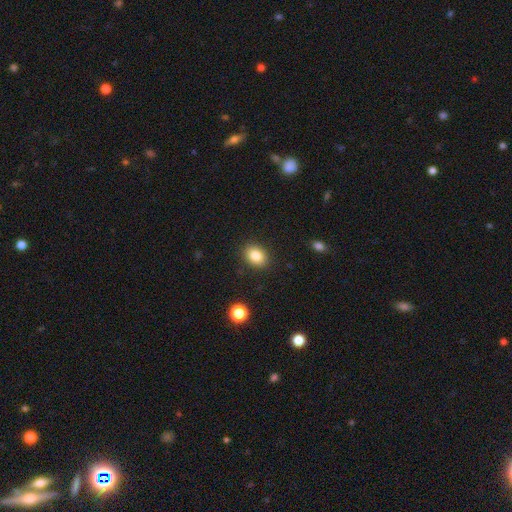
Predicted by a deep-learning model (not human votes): Q: Smooth or featured?
A: smooth (84%); runner-up: star or artifact (9%)
Q: How rounded?
A: in between (59%); runner-up: round (40%)
Q: Merging?
A: none (89%); runner-up: minor disturbance (8%)